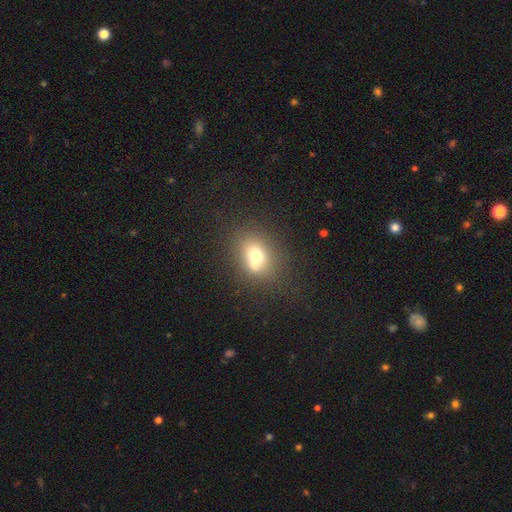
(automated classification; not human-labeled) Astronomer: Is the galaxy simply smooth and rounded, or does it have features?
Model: smooth — 67%.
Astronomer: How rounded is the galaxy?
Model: round — 52% (runner-up: in between, 47%).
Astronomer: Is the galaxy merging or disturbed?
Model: none — 55%.